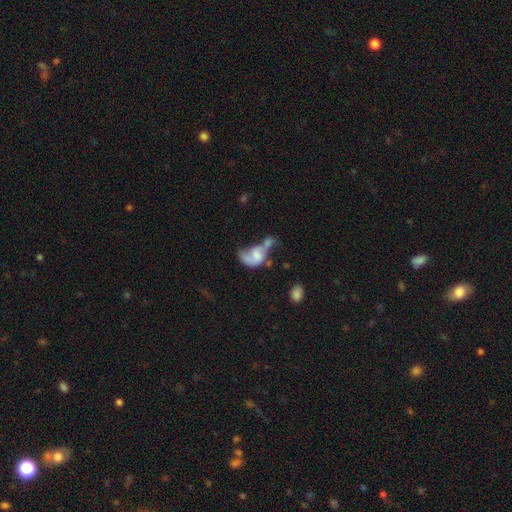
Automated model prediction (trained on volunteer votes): featured or disk 46%, smooth 44%, star or artifact 10%. Down the decision tree: merging — merger (46%).